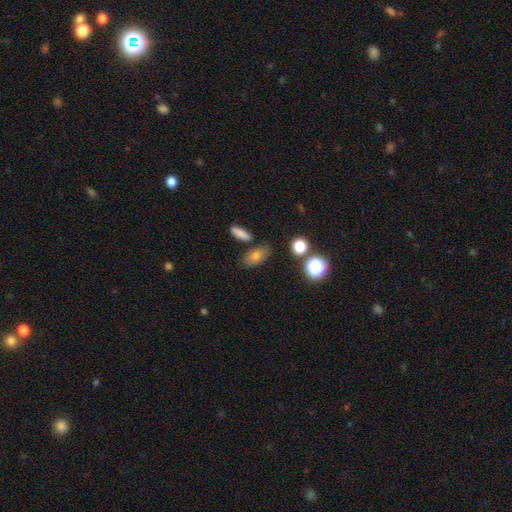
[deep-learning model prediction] Smooth or featured: smooth — 75% (star or artifact — 13%)
How rounded: in between — 78% (round — 14%)
Merging: none — 77% (minor disturbance — 12%)